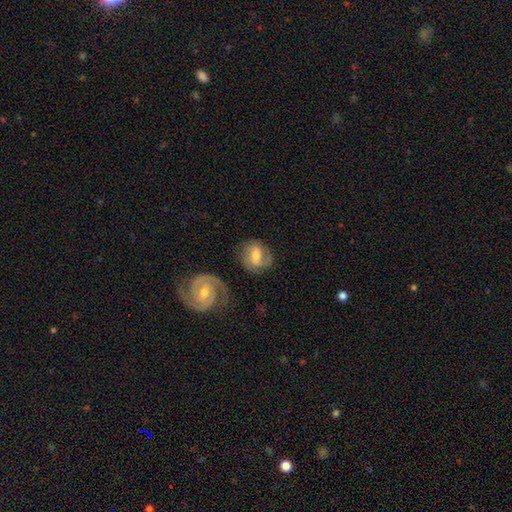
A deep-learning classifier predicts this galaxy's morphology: This is likely a featured or disk galaxy (63%). It is clearly not viewed edge-on (97%). Bar: possibly weak (52%). Spiral arm pattern: clearly yes (92%). Spiral arm count: likely 2 (75%). Spiral winding: possibly medium (46%). Central bulge: possibly moderate (54%). Merging: likely none (68%).